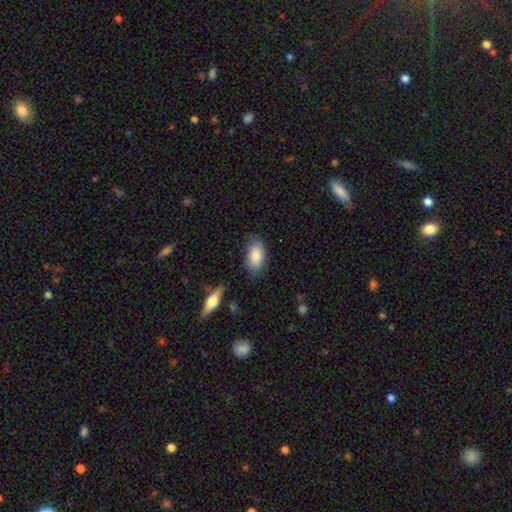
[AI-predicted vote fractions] Smooth or featured?
  - smooth: 86% *
  - featured or disk: 8%
  - star or artifact: 6%
How rounded?
  - in between: 93% *
  - cigar-shaped: 4%
  - round: 3%
Merging?
  - none: 78% *
  - minor disturbance: 16%
  - major disturbance: 4%
  - merger: 2%